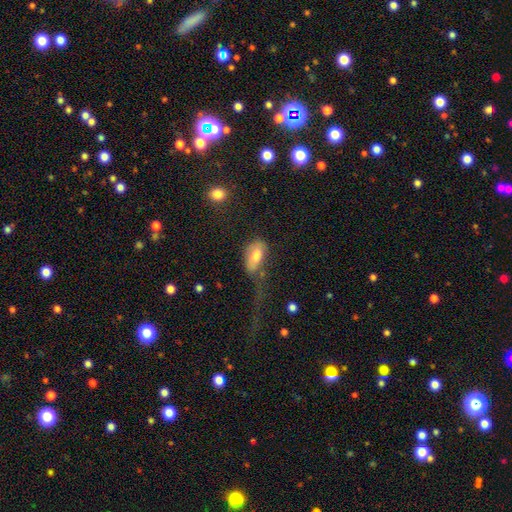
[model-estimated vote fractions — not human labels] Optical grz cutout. It shows a smooth galaxy with no disk features (71%) that is in between round and cigar-shaped (89%). Merging: major disturbance (46%).